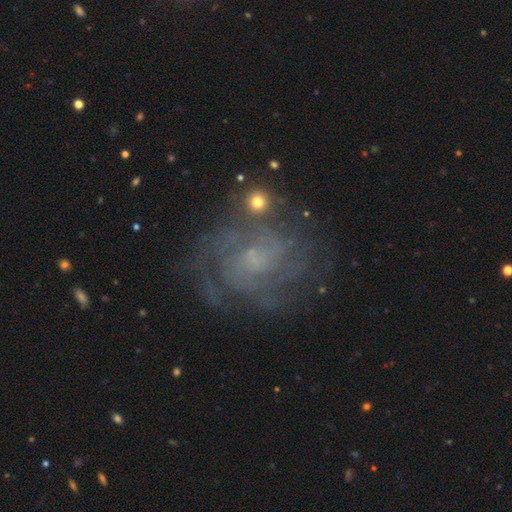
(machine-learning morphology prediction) smooth-or-featured: featured or disk: 74% | star or artifact: 14% | smooth: 11%
  disk-edge-on: no: 97% | yes: 3%
    bar: no: 62% | weak: 32% | strong: 6%
    has-spiral-arms: yes: 90% | no: 10%
      spiral-winding: tight: 56% | medium: 34% | loose: 11%
      spiral-arm-count: can't tell: 44% | 3: 15% | 2: 14% | 4: 13% | more than 4: 8% | 1: 7%
    bulge-size: small: 55% | moderate: 23% | none: 18% | large: 3% | dominant: 1%
  merging: none: 72% | minor disturbance: 14% | major disturbance: 9% | merger: 4%